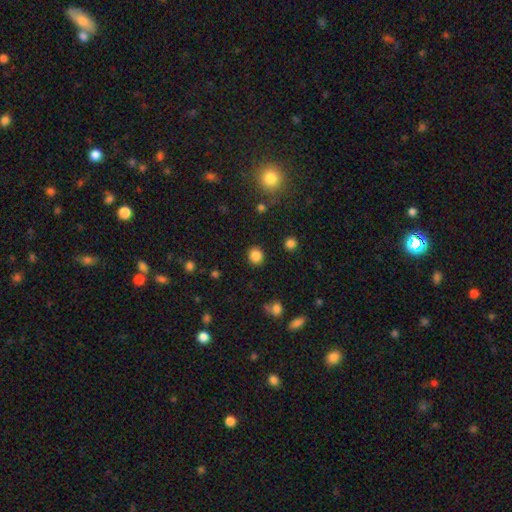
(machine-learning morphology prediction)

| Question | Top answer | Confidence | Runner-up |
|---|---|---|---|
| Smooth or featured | smooth | 85% | star or artifact (11%) |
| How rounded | round | 84% | in between (15%) |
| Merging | none | 90% | minor disturbance (6%) |